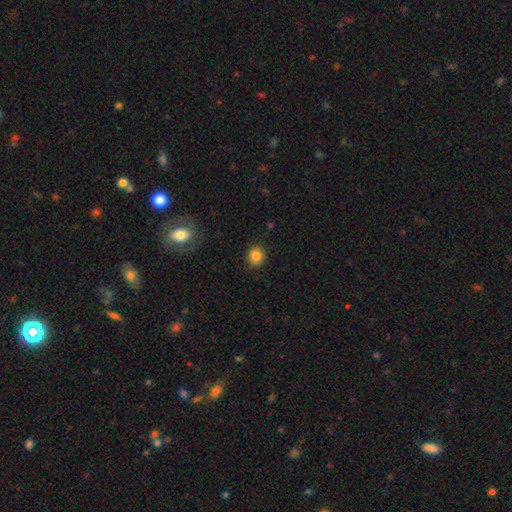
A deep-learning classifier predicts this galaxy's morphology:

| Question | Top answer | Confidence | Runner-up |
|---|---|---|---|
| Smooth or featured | smooth | 86% | star or artifact (10%) |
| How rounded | round | 77% | in between (22%) |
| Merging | none | 85% | minor disturbance (11%) |